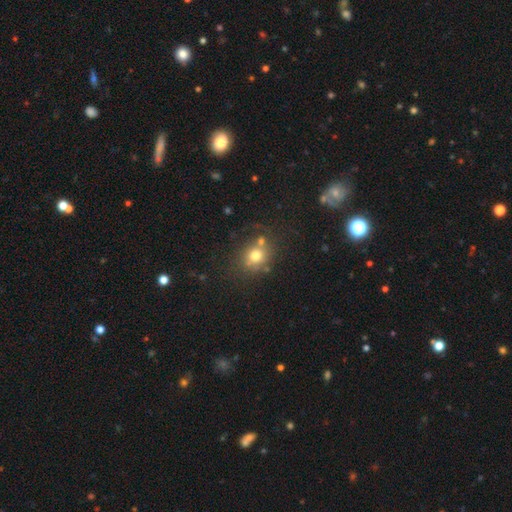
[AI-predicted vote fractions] Smooth or featured?
  - smooth: 72% *
  - star or artifact: 14%
  - featured or disk: 14%
How rounded?
  - round: 72% *
  - in between: 27%
  - cigar-shaped: 1%
Merging?
  - none: 59% *
  - merger: 19%
  - minor disturbance: 15%
  - major disturbance: 7%